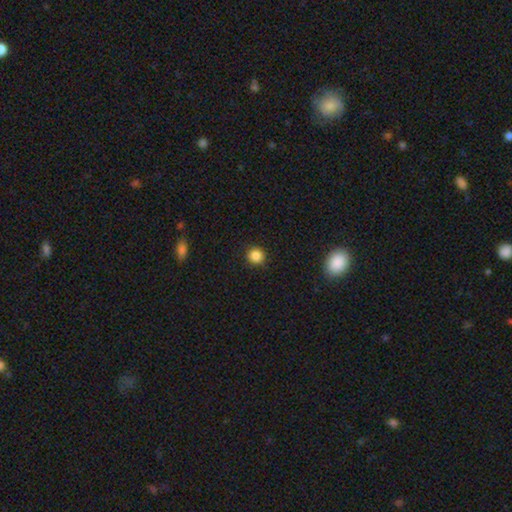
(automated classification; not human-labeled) Smooth or featured?
  - smooth: 85% *
  - star or artifact: 11%
  - featured or disk: 4%
How rounded?
  - round: 92% *
  - in between: 7%
  - cigar-shaped: 1%
Merging?
  - none: 92% *
  - minor disturbance: 5%
  - major disturbance: 2%
  - merger: 1%